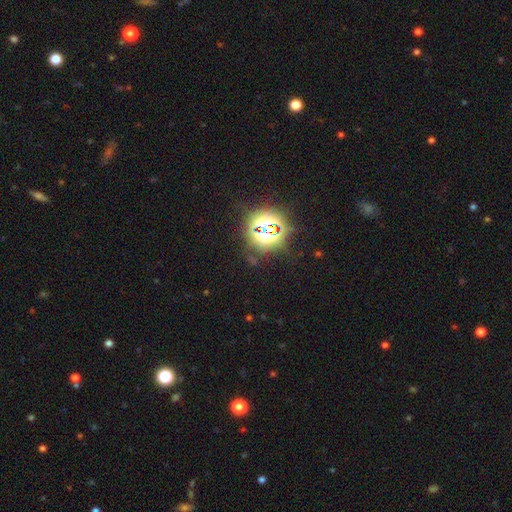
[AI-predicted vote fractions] This appears to be a star or artifact, not a galaxy (83%).